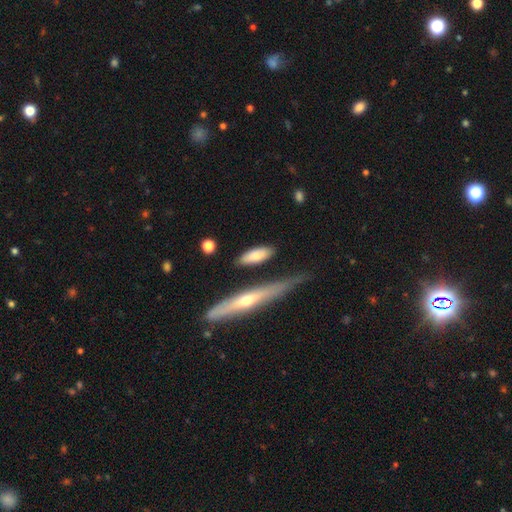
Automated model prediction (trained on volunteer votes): Smooth or featured? Predicted: smooth (p=0.76). How rounded? Predicted: in between (p=0.66). Merging? Predicted: none (p=0.75).